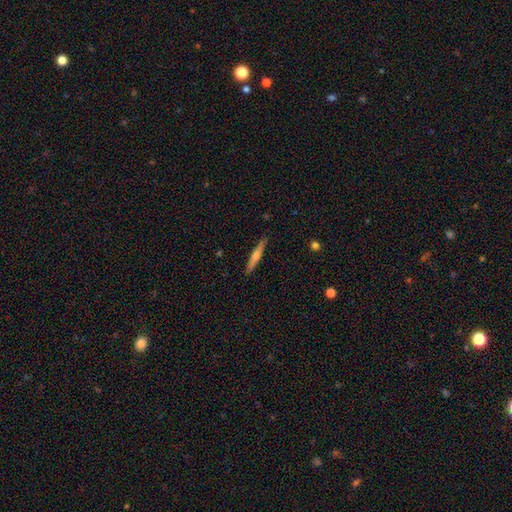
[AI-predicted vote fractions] smooth-or-featured: smooth: 48% | featured or disk: 46% | star or artifact: 6%
  merging: none: 89% | minor disturbance: 8% | major disturbance: 2% | merger: 1%